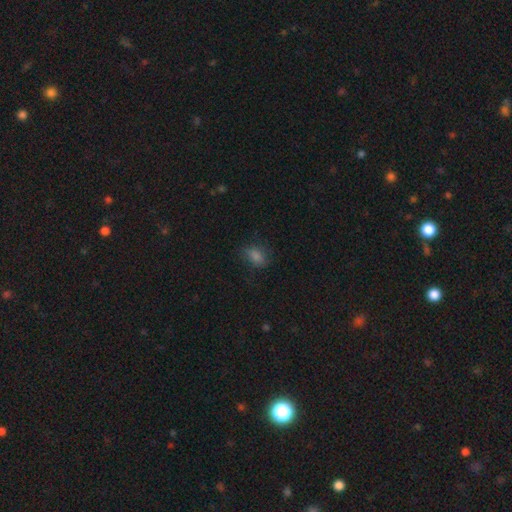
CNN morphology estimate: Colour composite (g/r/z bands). It shows a smooth galaxy with no disk features (76%) that is in between round and cigar-shaped (77%). Merging: none (75%).